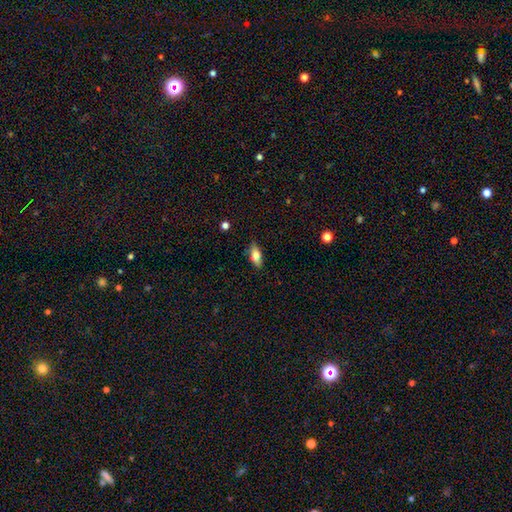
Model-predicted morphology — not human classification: This is likely a smooth galaxy (68%). How rounded: likely in between (77%). Merging: clearly none (81%).